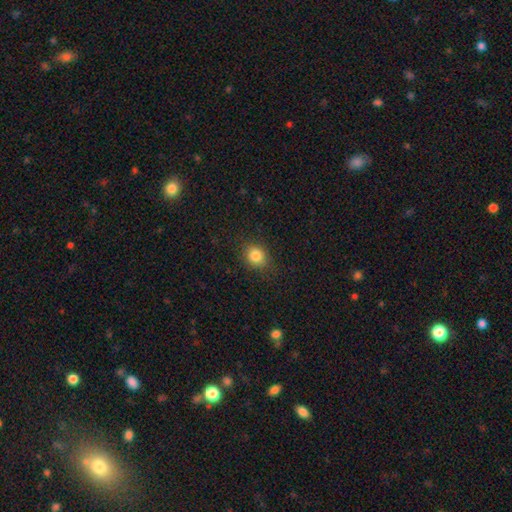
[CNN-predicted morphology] smooth_or_featured: smooth (p=0.83) [alt: star or artifact p=0.11]
how_rounded: round (p=0.70) [alt: in between p=0.29]
merging: none (p=0.84) [alt: minor disturbance p=0.12]